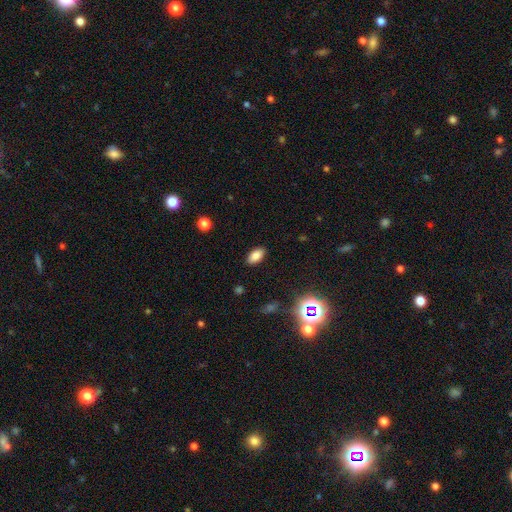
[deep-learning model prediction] A smooth galaxy with no disk features (82%) that is in between round and cigar-shaped (92%). Merging: none (88%).